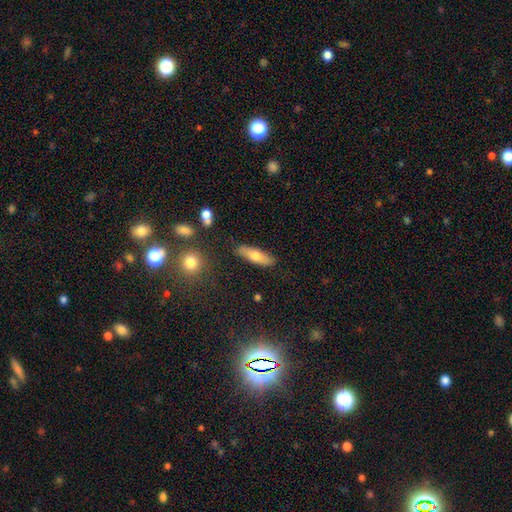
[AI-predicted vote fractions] Smooth or featured? Predicted: smooth (p=0.63). How rounded? Predicted: cigar-shaped (p=0.56). Merging? Predicted: none (p=0.85).